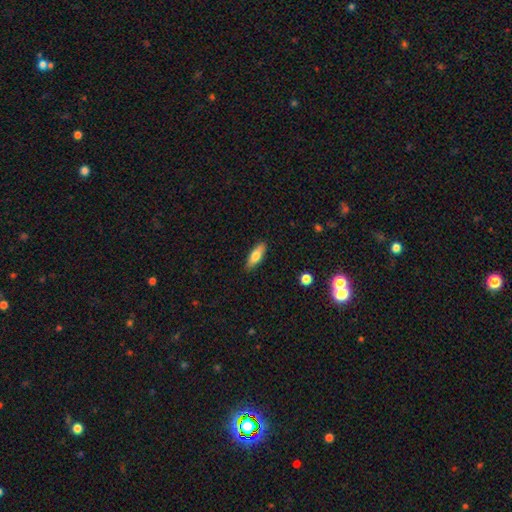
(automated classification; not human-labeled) This is likely a smooth galaxy (73%). How rounded: possibly in between (59%). Merging: clearly none (88%).